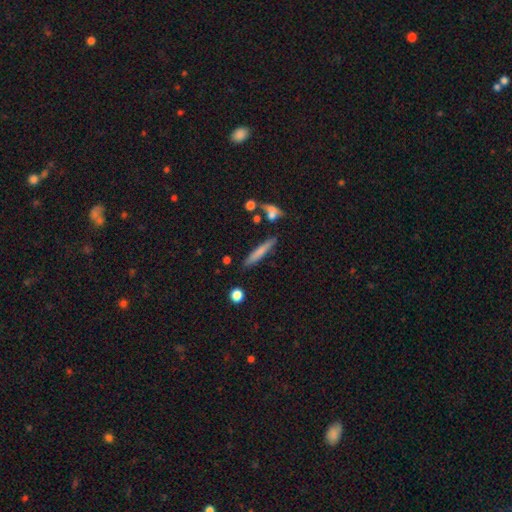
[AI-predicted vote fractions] smooth 65%, featured or disk 27%, star or artifact 8%. Down the decision tree: how rounded — cigar-shaped (92%); merging — none (84%).